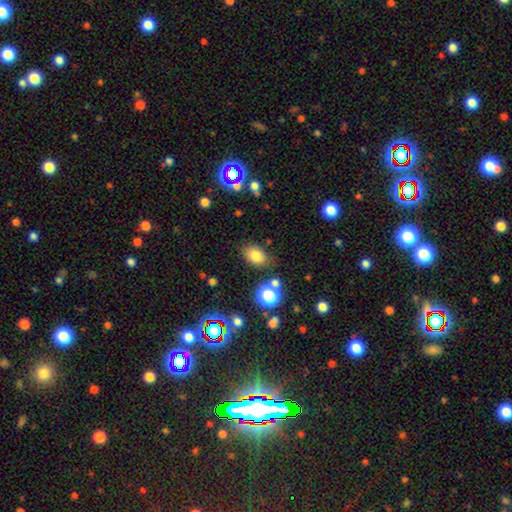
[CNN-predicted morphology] Smooth or featured: smooth — 78% (star or artifact — 13%)
How rounded: in between — 77% (round — 21%)
Merging: none — 78% (minor disturbance — 12%)